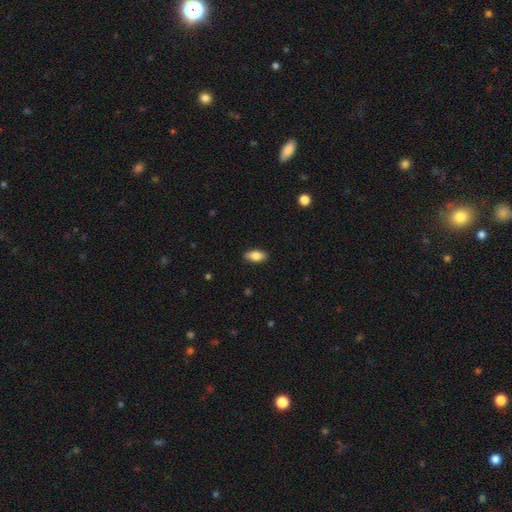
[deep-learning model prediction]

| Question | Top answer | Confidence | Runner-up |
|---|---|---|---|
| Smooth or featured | smooth | 82% | featured or disk (11%) |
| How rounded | in between | 89% | cigar-shaped (7%) |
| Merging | none | 88% | minor disturbance (9%) |